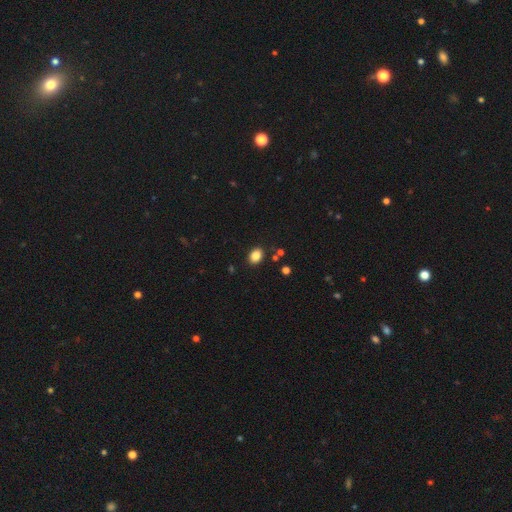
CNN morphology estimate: A smooth galaxy with no disk features (85%) that is in between round and cigar-shaped (67%).

Vote fractions:
- Smooth or featured? smooth: 85% / star or artifact: 10% / featured or disk: 5%
- How rounded? in between: 67% / round: 32% / cigar-shaped: 1%
- Merging? none: 86% / minor disturbance: 9% / merger: 3% / major disturbance: 2%